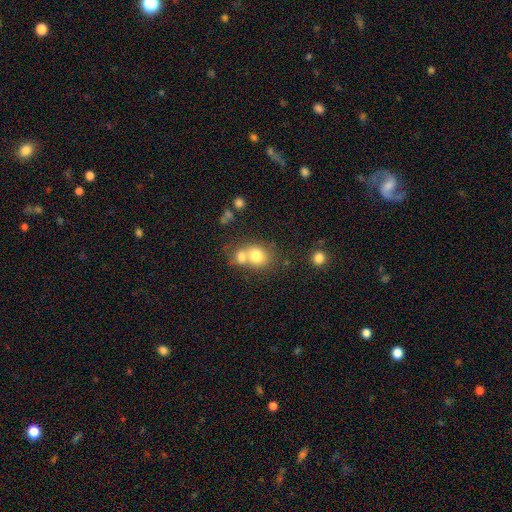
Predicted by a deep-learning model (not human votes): Q: Smooth or featured?
A: smooth (74%); runner-up: featured or disk (15%)
Q: How rounded?
A: round (67%); runner-up: in between (33%)
Q: Merging?
A: merger (59%); runner-up: none (31%)